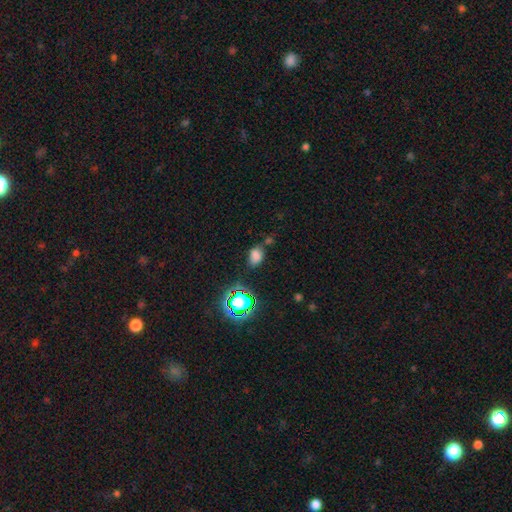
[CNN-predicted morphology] Smooth or featured? Predicted: smooth (p=0.69). How rounded? Predicted: in between (p=0.80). Merging? Predicted: none (p=0.63).